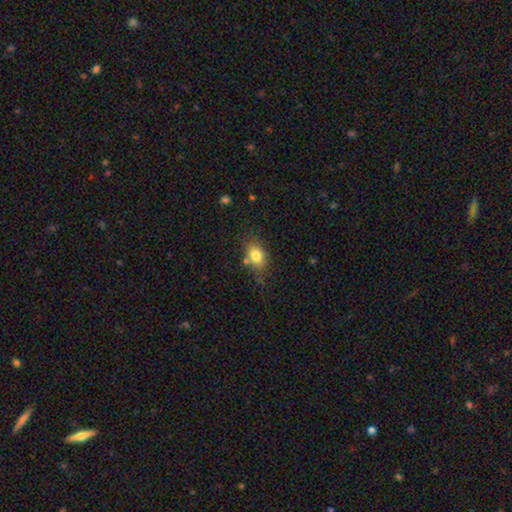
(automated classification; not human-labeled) A smooth galaxy with no disk features (80%) that is in between round and cigar-shaped (72%).

Vote fractions:
- Smooth or featured? smooth: 80% / featured or disk: 11% / star or artifact: 10%
- How rounded? in between: 72% / round: 26% / cigar-shaped: 2%
- Merging? none: 66% / minor disturbance: 19% / merger: 8% / major disturbance: 6%